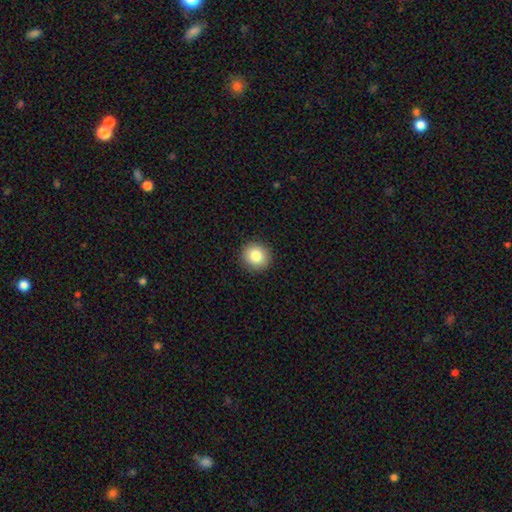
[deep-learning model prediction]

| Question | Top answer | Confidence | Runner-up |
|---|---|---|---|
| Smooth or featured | smooth | 82% | star or artifact (10%) |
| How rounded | round | 92% | in between (7%) |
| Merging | none | 92% | minor disturbance (5%) |